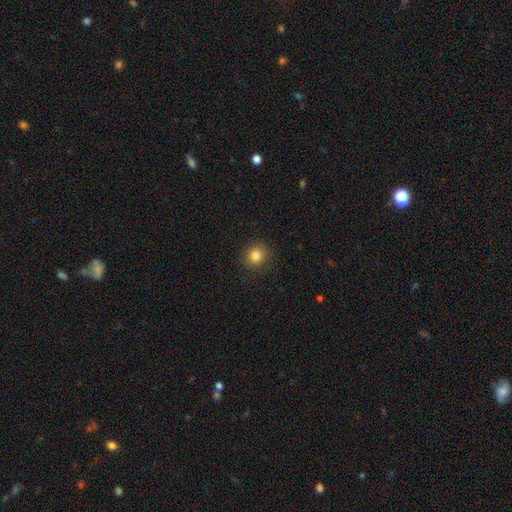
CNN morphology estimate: Smooth or featured?
  - smooth: 82% *
  - star or artifact: 12%
  - featured or disk: 6%
How rounded?
  - round: 86% *
  - in between: 13%
  - cigar-shaped: 1%
Merging?
  - none: 90% *
  - minor disturbance: 7%
  - major disturbance: 2%
  - merger: 1%